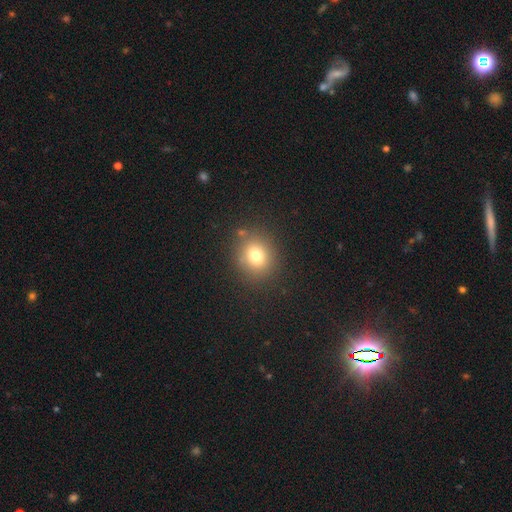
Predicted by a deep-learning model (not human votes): A smooth galaxy with no disk features (75%) that is round (78%). Merging: none (84%).